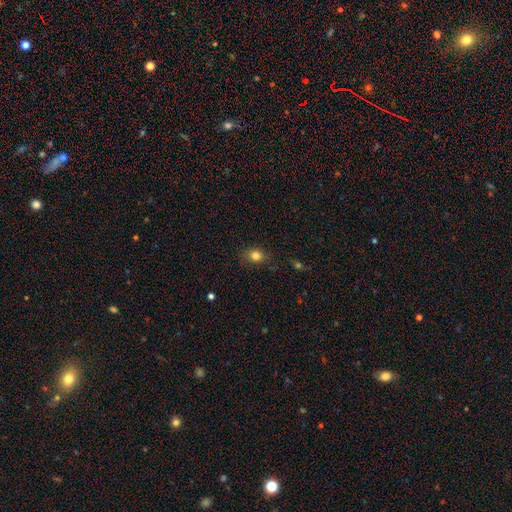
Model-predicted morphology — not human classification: A smooth galaxy with no disk features (82%) that is round (50%). Merging: none (80%).